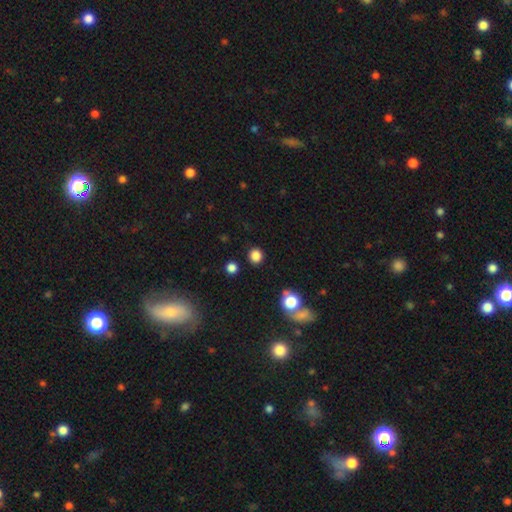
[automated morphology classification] Smooth or featured: smooth — 83% (star or artifact — 13%)
How rounded: round — 88% (in between — 10%)
Merging: none — 89% (minor disturbance — 6%)